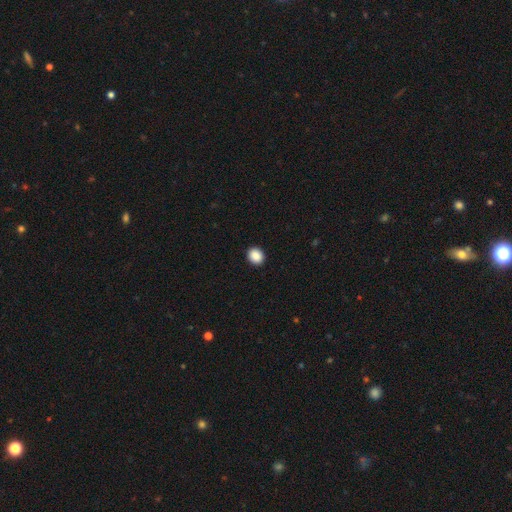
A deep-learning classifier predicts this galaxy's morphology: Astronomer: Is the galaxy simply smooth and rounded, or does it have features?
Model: smooth — 88%.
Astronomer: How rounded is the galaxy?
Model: round — 69%.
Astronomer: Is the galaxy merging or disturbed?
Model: none — 93%.